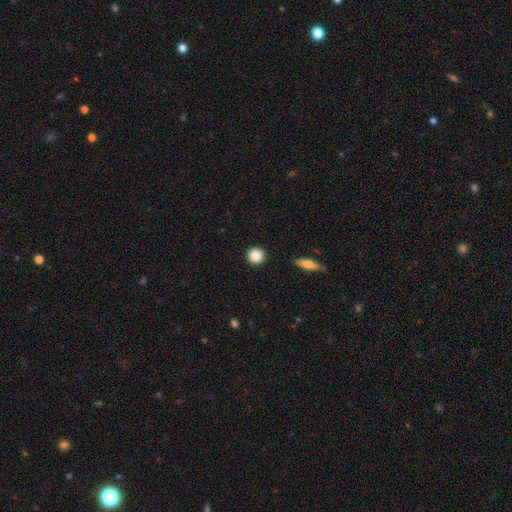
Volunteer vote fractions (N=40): Q: Smooth or featured?
A: smooth (85%); runner-up: featured or disk (12%)
Q: How rounded?
A: round (94%); runner-up: in between (6%)
Q: Merging?
A: none (95%); runner-up: minor disturbance (5%)